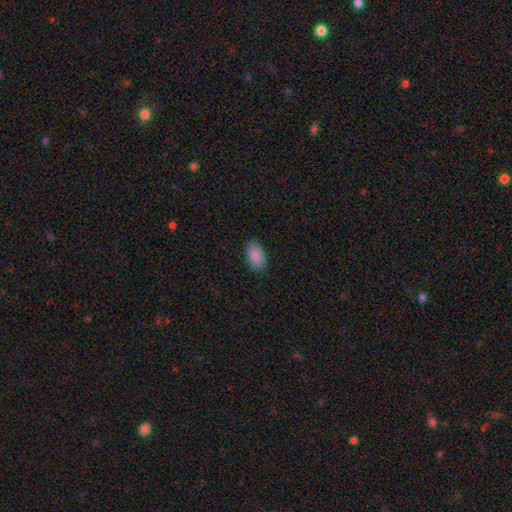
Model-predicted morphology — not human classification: Overall: smooth (90%). How rounded: in between (94%). Merging: none (86%).